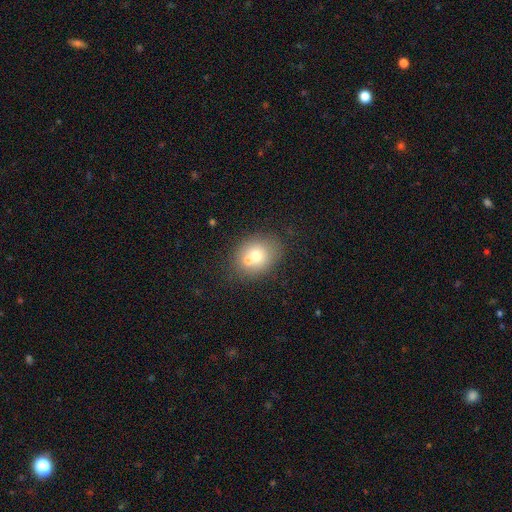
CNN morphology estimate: This appears to be a smooth galaxy with no disk features (67%) that is round (58%). Merging: none (50%).